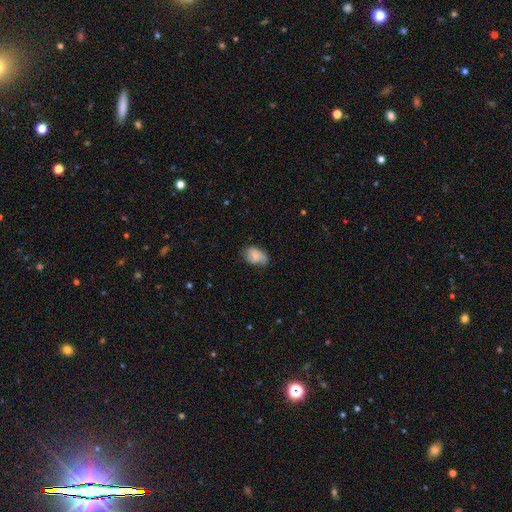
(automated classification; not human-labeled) The model was most divided on "merging": none: 60%, minor disturbance: 31%, major disturbance: 7%, merger: 1%. More confident: how rounded — in between (85%); smooth or featured — smooth (78%).